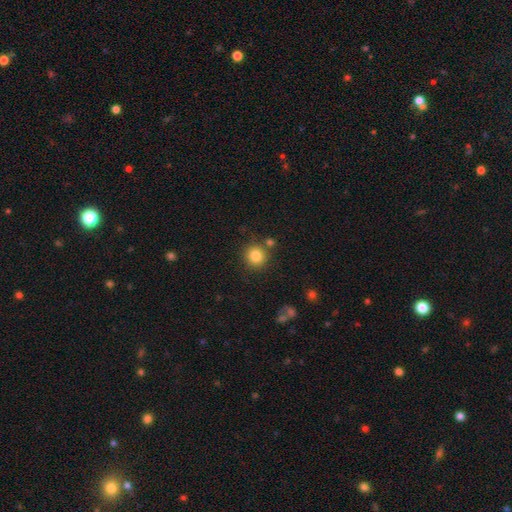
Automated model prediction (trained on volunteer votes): Smooth or featured?
  - smooth: 84% *
  - star or artifact: 10%
  - featured or disk: 6%
How rounded?
  - round: 92% *
  - in between: 8%
  - cigar-shaped: 1%
Merging?
  - none: 80% *
  - minor disturbance: 9%
  - merger: 8%
  - major disturbance: 3%